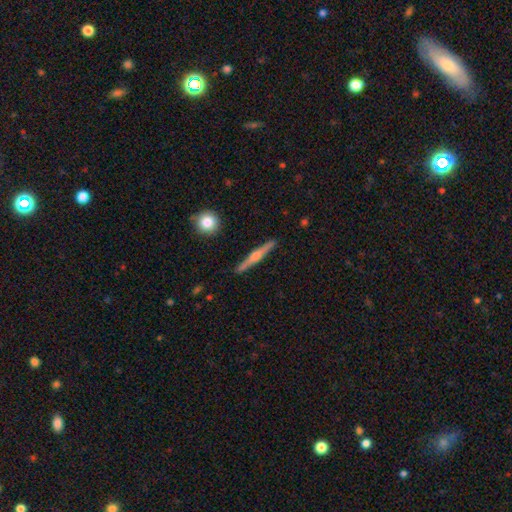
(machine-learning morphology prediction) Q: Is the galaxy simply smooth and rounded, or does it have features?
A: featured or disk — 72%.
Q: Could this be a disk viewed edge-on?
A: yes — 98%.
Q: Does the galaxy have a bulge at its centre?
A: rounded — 85%.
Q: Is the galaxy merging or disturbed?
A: none — 91%.